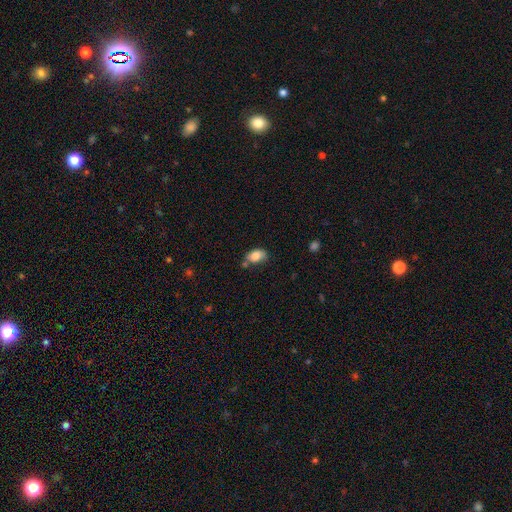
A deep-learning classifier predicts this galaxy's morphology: smooth 82%, featured or disk 10%, star or artifact 8%. Down the decision tree: how rounded — in between (86%); merging — none (55%).